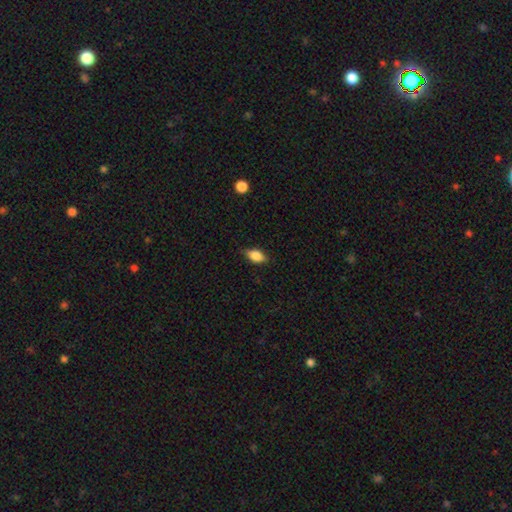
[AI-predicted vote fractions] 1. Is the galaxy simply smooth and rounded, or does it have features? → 80% smooth, 11% featured or disk, 8% star or artifact.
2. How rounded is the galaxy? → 84% in between, 10% round, 6% cigar-shaped.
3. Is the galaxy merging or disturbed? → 78% none, 18% minor disturbance, 3% major disturbance, 1% merger.